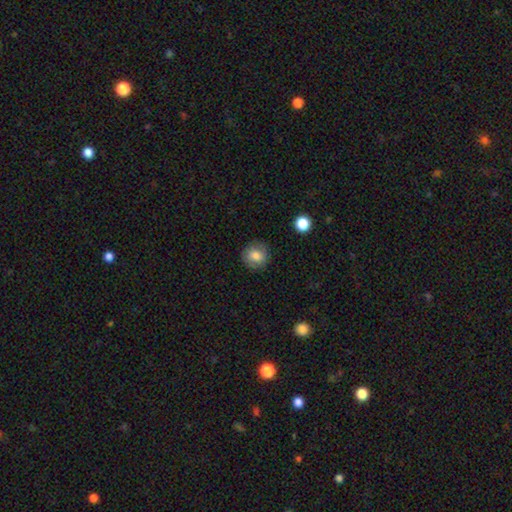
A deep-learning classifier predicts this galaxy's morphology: type=smooth (82%); roundness=round (86%); merging=none (85%).